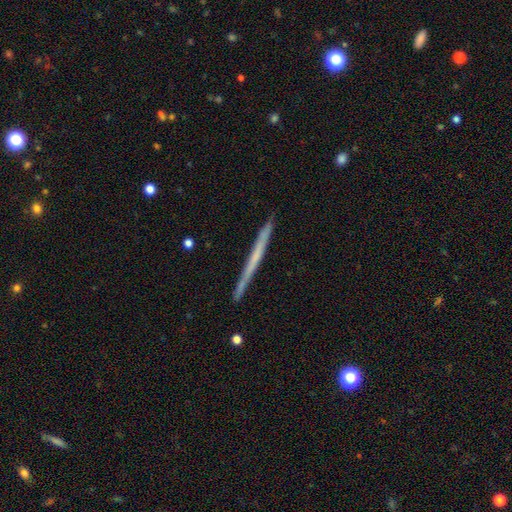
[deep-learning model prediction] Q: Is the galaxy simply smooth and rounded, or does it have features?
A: featured or disk — 52%.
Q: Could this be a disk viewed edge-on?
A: yes — 97%.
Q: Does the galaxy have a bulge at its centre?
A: none — 90%.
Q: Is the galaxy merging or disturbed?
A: none — 90%.